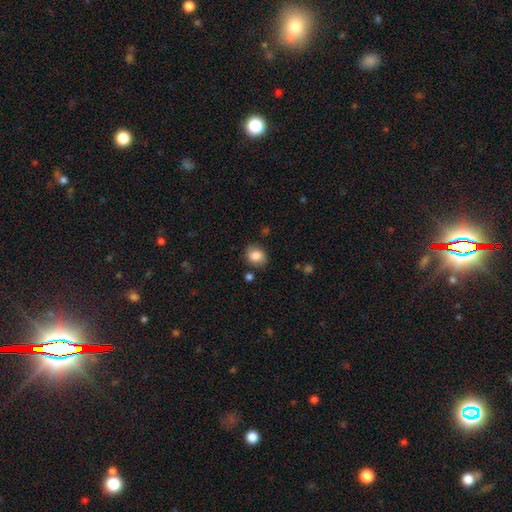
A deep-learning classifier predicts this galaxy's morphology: This appears to be a smooth galaxy with no disk features (83%) that is round (60%). Merging: none (79%).